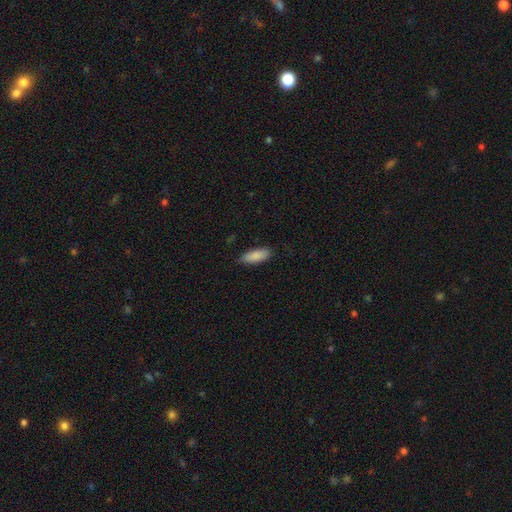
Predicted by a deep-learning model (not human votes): Smooth or featured: smooth — 88% (featured or disk — 7%)
How rounded: in between — 74% (cigar-shaped — 24%)
Merging: none — 83% (minor disturbance — 14%)